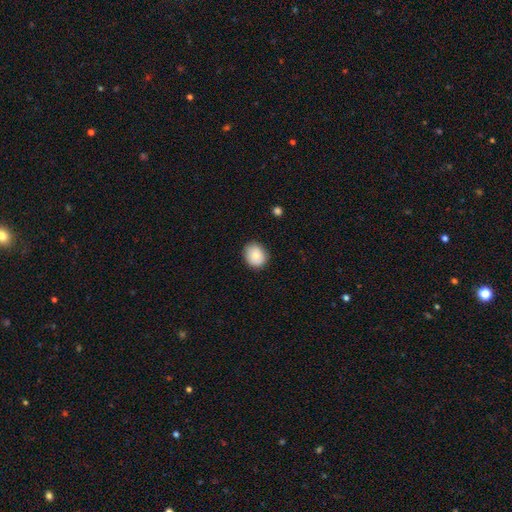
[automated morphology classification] A smooth galaxy with no disk features (81%) that is round (63%).

Vote fractions:
- Smooth or featured? smooth: 81% / featured or disk: 11% / star or artifact: 8%
- How rounded? round: 63% / in between: 36% / cigar-shaped: 1%
- Merging? none: 84% / minor disturbance: 13% / major disturbance: 2% / merger: 1%